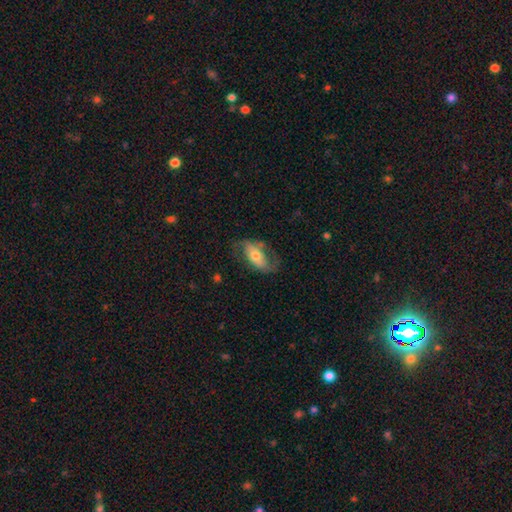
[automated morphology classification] The model was most divided on "bar": no: 46%, weak: 30%, strong: 24%. More confident: edge-on disk — no (91%); spiral arms — yes (76%); smooth or featured — featured or disk (59%); merging — none (59%); bulge size — moderate (59%).